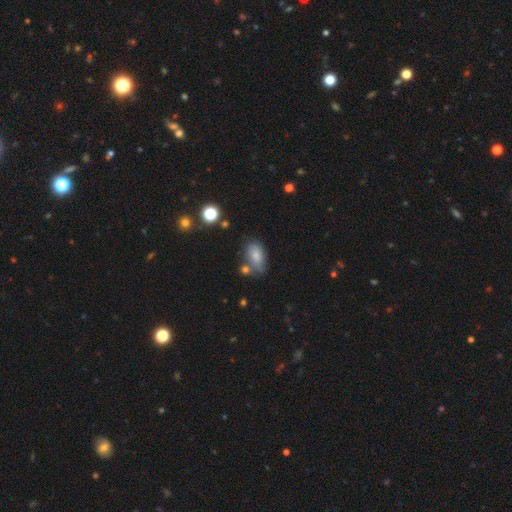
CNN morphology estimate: The model was most divided on "merging": none: 56%, minor disturbance: 23%, merger: 14%, major disturbance: 7%. More confident: how rounded — in between (88%); smooth or featured — smooth (74%).